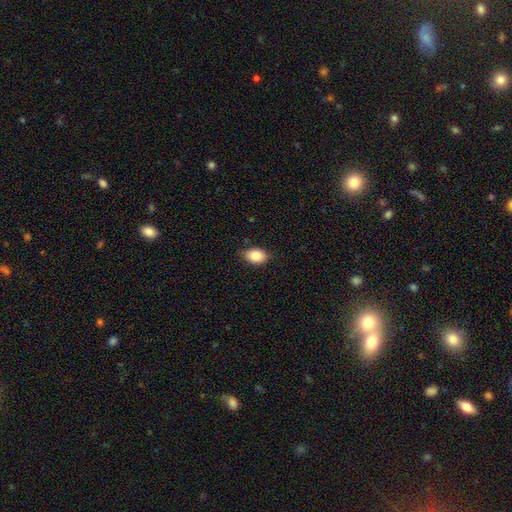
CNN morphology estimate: Smooth or featured? smooth (85%)
How rounded? in between (82%)
Merging? none (83%)